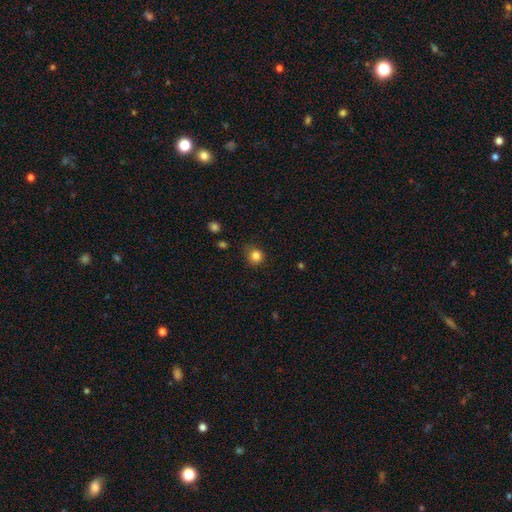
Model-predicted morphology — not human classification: Smooth or featured: smooth — 84% (star or artifact — 12%)
How rounded: round — 88% (in between — 11%)
Merging: none — 78% (minor disturbance — 17%)